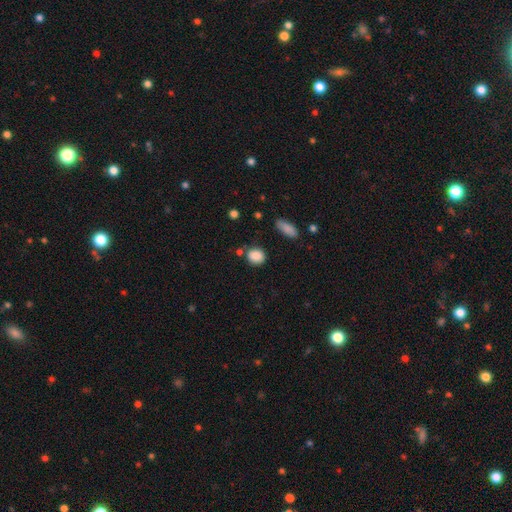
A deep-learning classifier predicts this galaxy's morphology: Smooth or featured? Predicted: smooth (p=0.87). How rounded? Predicted: round (p=0.68). Merging? Predicted: none (p=0.75).